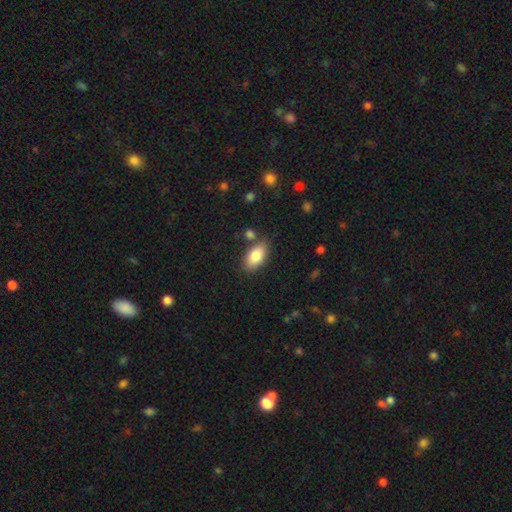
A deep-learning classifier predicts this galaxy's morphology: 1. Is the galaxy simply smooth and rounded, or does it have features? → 83% smooth, 10% featured or disk, 7% star or artifact.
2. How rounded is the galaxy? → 91% in between, 5% cigar-shaped, 3% round.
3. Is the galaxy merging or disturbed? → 77% none, 13% minor disturbance, 7% merger, 3% major disturbance.